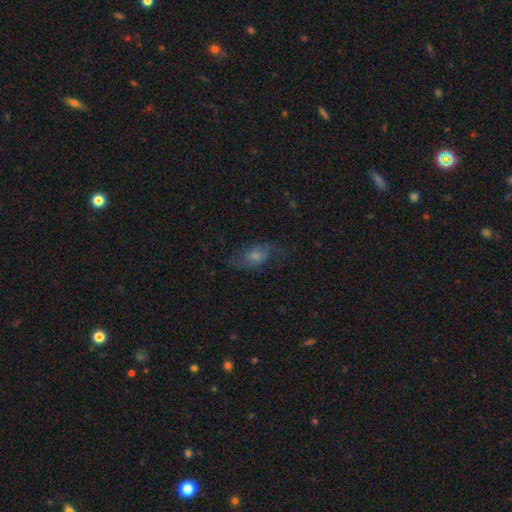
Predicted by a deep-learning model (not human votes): Smooth or featured? Predicted: featured or disk (p=0.51). Edge-on disk? Predicted: no (p=0.91). Merging? Predicted: none (p=0.65).